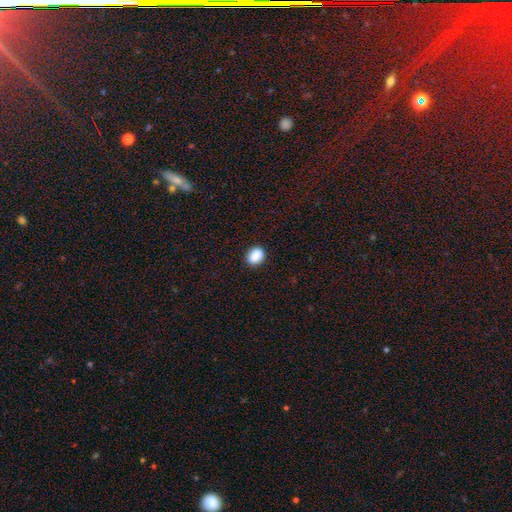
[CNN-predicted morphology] Smooth or featured?
  - smooth: 88% *
  - star or artifact: 8%
  - featured or disk: 3%
How rounded?
  - in between: 50% *
  - round: 49%
  - cigar-shaped: 1%
Merging?
  - none: 88% *
  - minor disturbance: 9%
  - major disturbance: 2%
  - merger: 1%